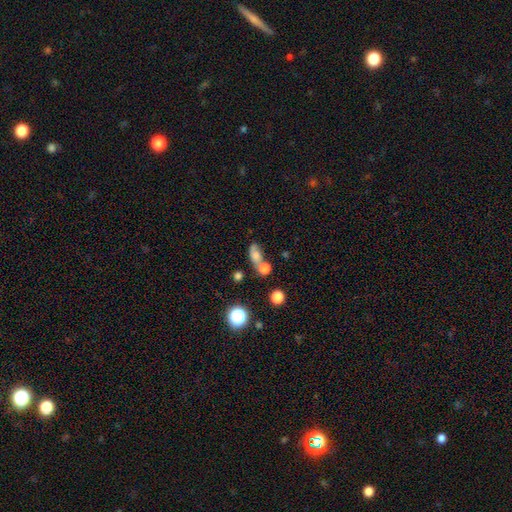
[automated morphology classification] A smooth galaxy with no disk features (65%) that is in between round and cigar-shaped (66%).

Vote fractions:
- Smooth or featured? smooth: 65% / featured or disk: 19% / star or artifact: 16%
- How rounded? in between: 66% / round: 25% / cigar-shaped: 9%
- Merging? none: 40% / merger: 33% / minor disturbance: 17% / major disturbance: 10%